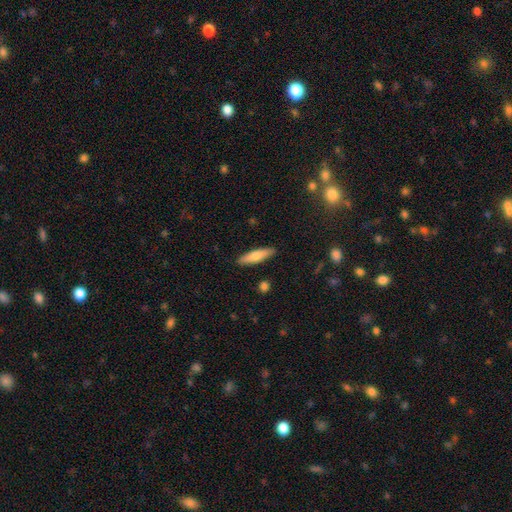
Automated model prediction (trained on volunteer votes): Q: Smooth or featured?
A: smooth (72%); runner-up: featured or disk (22%)
Q: How rounded?
A: cigar-shaped (74%); runner-up: in between (25%)
Q: Merging?
A: none (89%); runner-up: minor disturbance (8%)